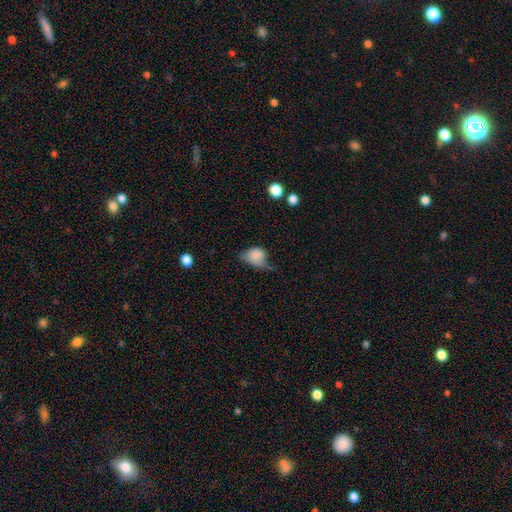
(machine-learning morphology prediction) smooth 73%, featured or disk 18%, star or artifact 9%. Down the decision tree: how rounded — in between (73%); merging — major disturbance (42%).